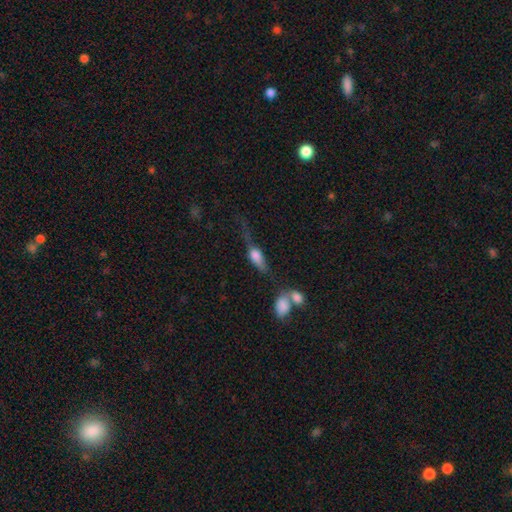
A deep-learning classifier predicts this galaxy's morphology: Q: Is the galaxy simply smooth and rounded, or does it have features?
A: smooth — 55%.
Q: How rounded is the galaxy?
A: in between — 60%.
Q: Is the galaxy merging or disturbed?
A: none — 30%, tied with major disturbance.